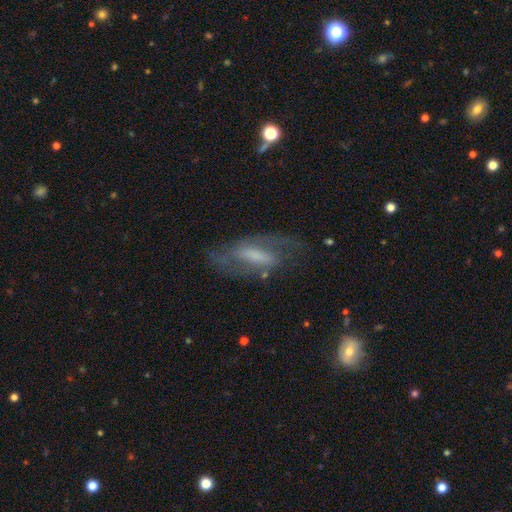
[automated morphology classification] Q: Smooth or featured?
A: featured or disk (70%); runner-up: smooth (21%)
Q: Edge-on disk?
A: no (88%); runner-up: yes (12%)
Q: Bar?
A: strong (41%); runner-up: weak (39%)
Q: Spiral arms?
A: yes (83%); runner-up: no (17%)
Q: Spiral winding?
A: medium (48%); runner-up: loose (29%)
Q: Spiral arm count?
A: 2 (78%); runner-up: can't tell (13%)
Q: Bulge size?
A: none (33%); runner-up: small (25%)
Q: Merging?
A: none (63%); runner-up: minor disturbance (19%)